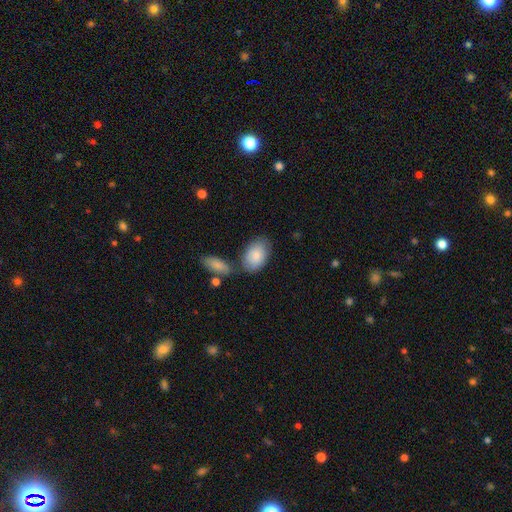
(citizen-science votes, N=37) smooth 89%, featured or disk 11%, star or artifact 0%. Down the decision tree: how rounded — in between (94%); merging — none (51%).